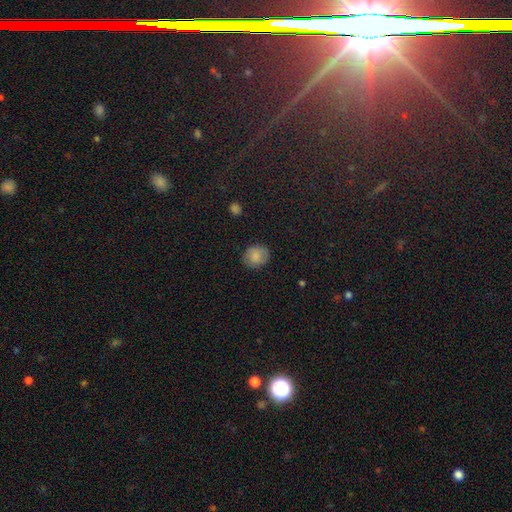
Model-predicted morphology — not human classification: smooth_or_featured: smooth (p=0.82) [alt: featured or disk p=0.09]
how_rounded: round (p=0.74) [alt: in between p=0.25]
merging: none (p=0.83) [alt: minor disturbance p=0.13]